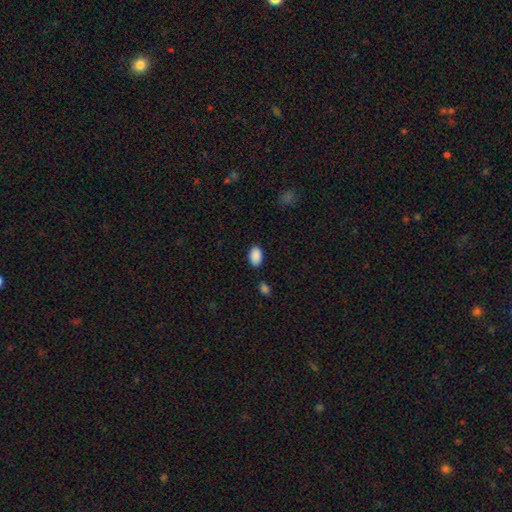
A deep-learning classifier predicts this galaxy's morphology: smooth_or_featured: smooth (p=0.90) [alt: star or artifact p=0.07]
how_rounded: in between (p=0.90) [alt: round p=0.08]
merging: none (p=0.84) [alt: minor disturbance p=0.11]